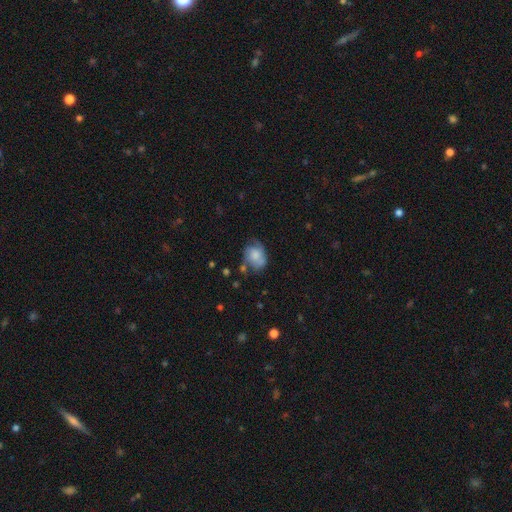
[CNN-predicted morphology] smooth_or_featured: smooth (p=0.58) [alt: featured or disk p=0.33]
how_rounded: in between (p=0.62) [alt: round p=0.37]
merging: none (p=0.47) [alt: minor disturbance p=0.32]